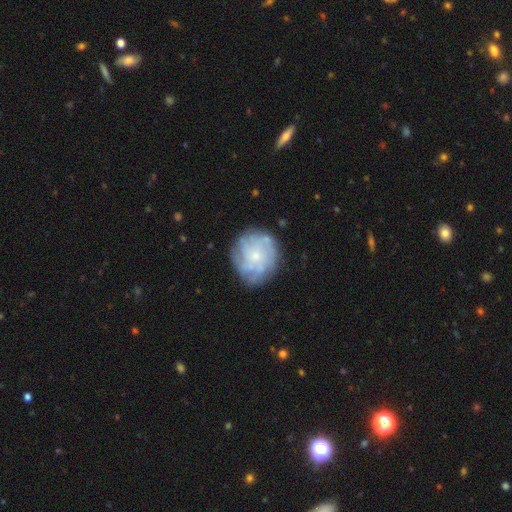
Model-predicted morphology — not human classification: smooth-or-featured: featured or disk: 59% | smooth: 33% | star or artifact: 9%
  disk-edge-on: no: 97% | yes: 3%
    bar: no: 83% | weak: 14% | strong: 2%
    has-spiral-arms: yes: 72% | no: 28%
    bulge-size: small: 71% | moderate: 21% | none: 5% | large: 2% | dominant: 1%
  merging: none: 74% | minor disturbance: 17% | major disturbance: 7% | merger: 2%